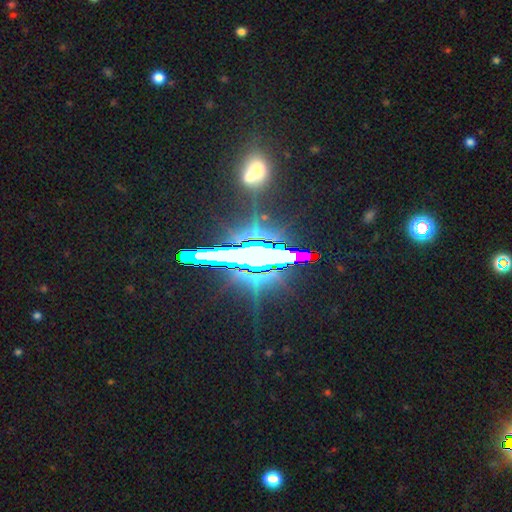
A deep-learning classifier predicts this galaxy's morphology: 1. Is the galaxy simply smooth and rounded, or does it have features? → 79% star or artifact, 11% featured or disk, 11% smooth.